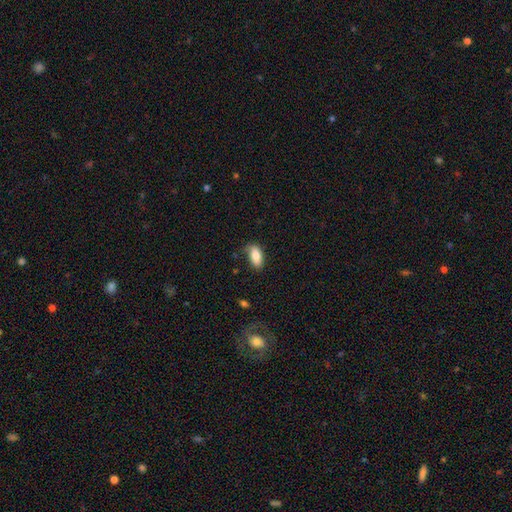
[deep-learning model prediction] Smooth or featured?
  - smooth: 84% *
  - featured or disk: 9%
  - star or artifact: 7%
How rounded?
  - in between: 90% *
  - cigar-shaped: 7%
  - round: 3%
Merging?
  - none: 69% *
  - minor disturbance: 23%
  - major disturbance: 5%
  - merger: 2%